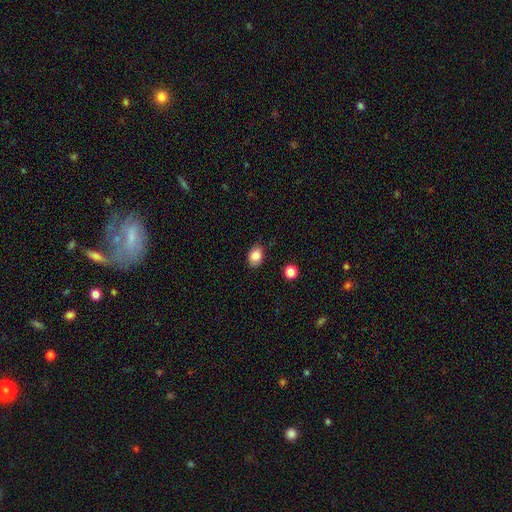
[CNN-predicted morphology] Smooth or featured? smooth (86%)
How rounded? in between (69%)
Merging? none (79%)